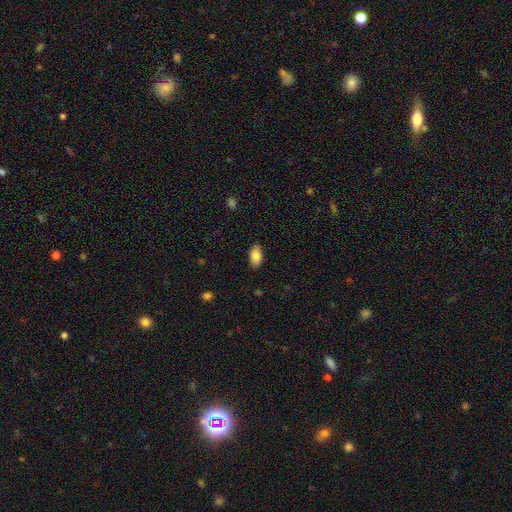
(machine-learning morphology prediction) smooth_or_featured: smooth (p=0.84) [alt: featured or disk p=0.09]
how_rounded: in between (p=0.93) [alt: round p=0.04]
merging: none (p=0.86) [alt: minor disturbance p=0.10]